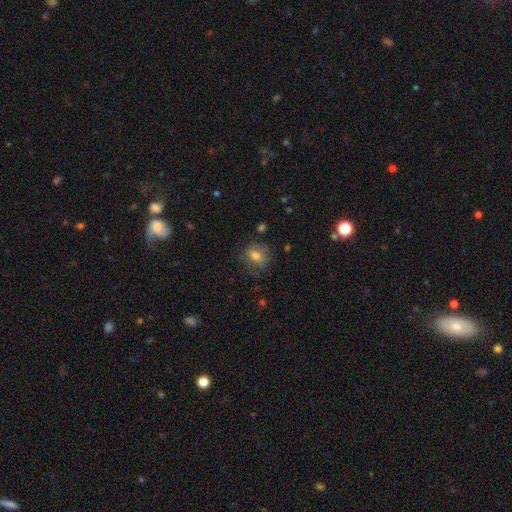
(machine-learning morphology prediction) Smooth or featured: smooth — 72% (featured or disk — 17%)
How rounded: round — 62% (in between — 37%)
Merging: none — 69% (minor disturbance — 21%)